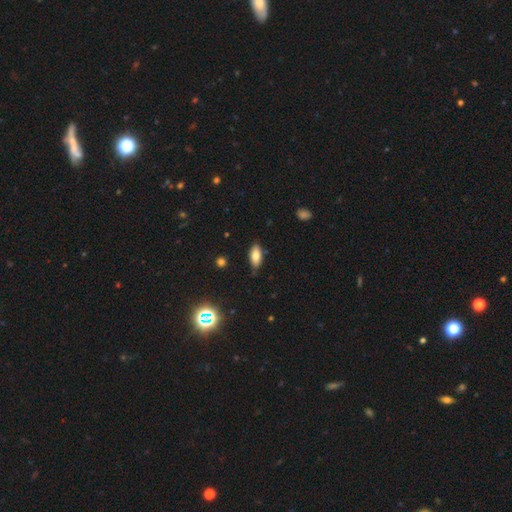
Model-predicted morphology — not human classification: This is likely a smooth galaxy (79%). How rounded: clearly in between (86%). Merging: clearly none (82%).